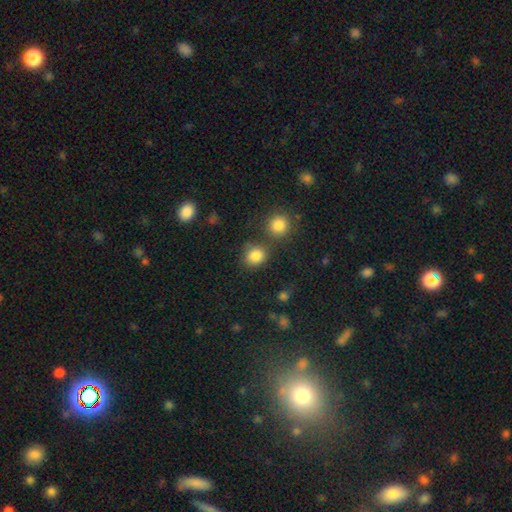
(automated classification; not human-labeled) Overall: smooth (84%). How rounded: round (72%). Merging: none (65%).